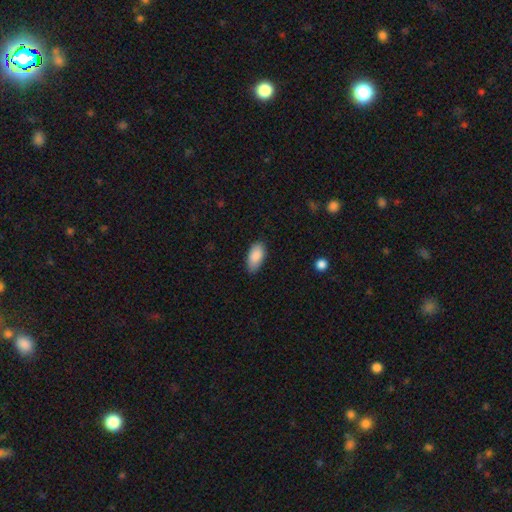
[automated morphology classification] type=smooth (89%); roundness=in between (93%); merging=none (81%).